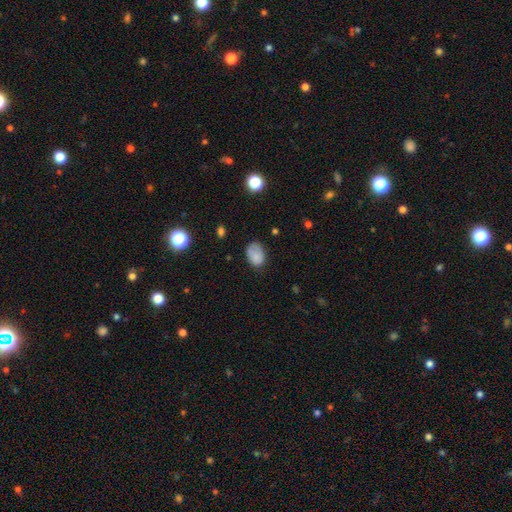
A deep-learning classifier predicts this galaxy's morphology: Overall: smooth (82%). How rounded: in between (81%). Merging: none (62%; minor disturbance 28%).